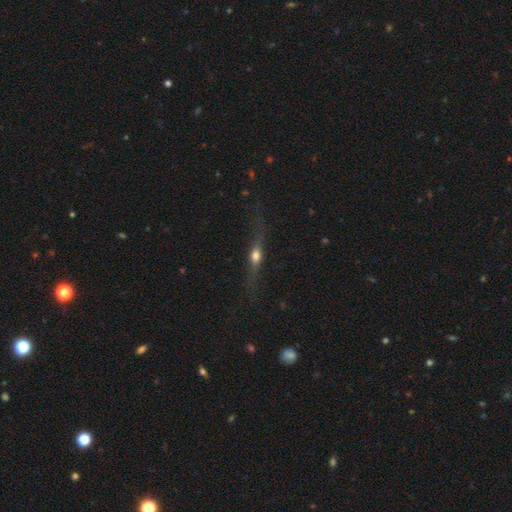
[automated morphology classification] smooth_or_featured: featured or disk (p=0.55) [alt: smooth p=0.36]
disk_edge_on: yes (p=0.91) [alt: no p=0.09]
edge_on_bulge: rounded (p=0.93) [alt: boxy p=0.04]
merging: none (p=0.77) [alt: minor disturbance p=0.14]